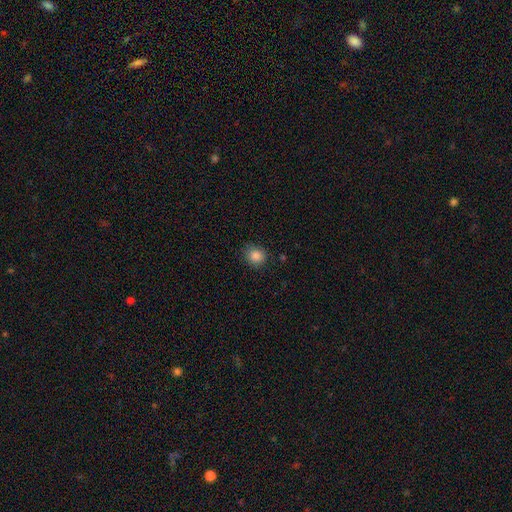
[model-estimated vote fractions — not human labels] smooth-or-featured: smooth: 86% | star or artifact: 11% | featured or disk: 4%
  how-rounded: round: 80% | in between: 19% | cigar-shaped: 1%
  merging: none: 84% | minor disturbance: 12% | major disturbance: 3% | merger: 1%